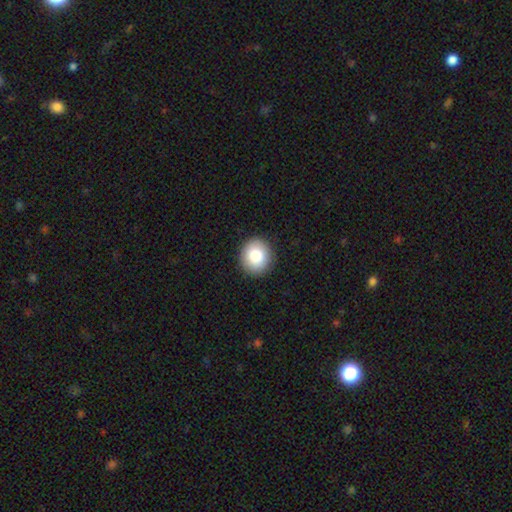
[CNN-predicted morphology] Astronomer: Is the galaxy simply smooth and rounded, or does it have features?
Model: smooth — 86%.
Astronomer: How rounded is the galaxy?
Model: round — 84%.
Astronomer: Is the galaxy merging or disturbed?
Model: none — 91%.